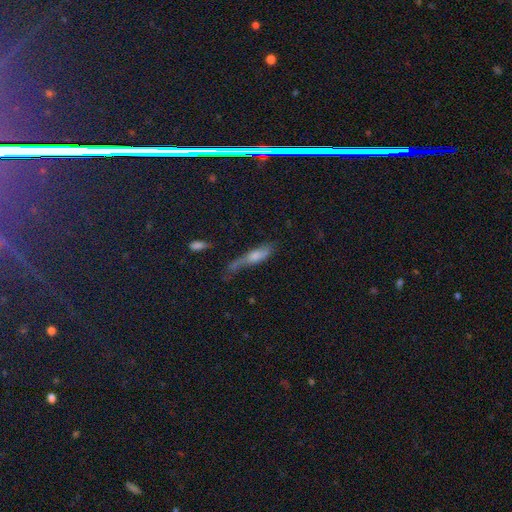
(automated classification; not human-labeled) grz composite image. It shows a smooth galaxy with no disk features (63%) that is cigar-shaped (66%). Merging: none (35%).